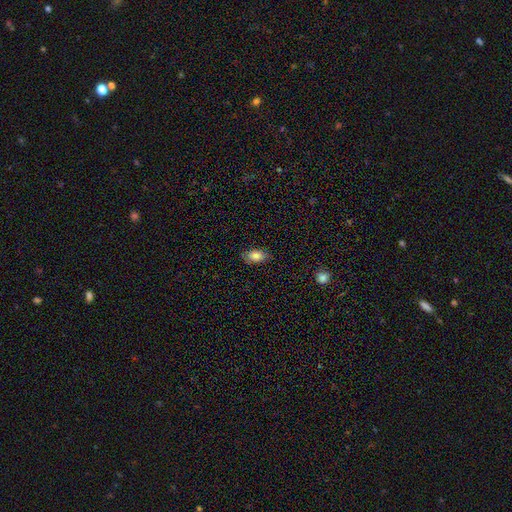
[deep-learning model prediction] Morphology: type=smooth (83%); roundness=in between (90%); merging=none (81%).